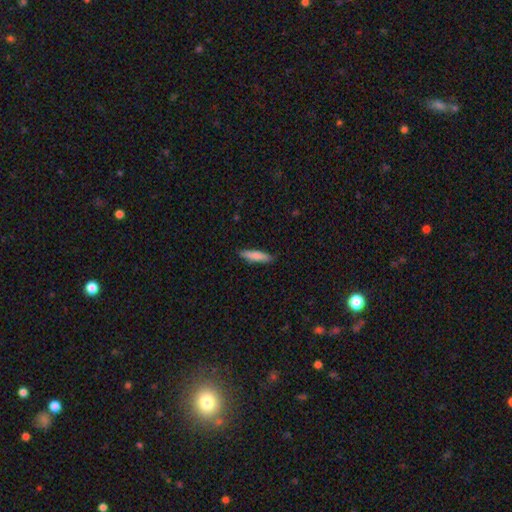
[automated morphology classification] Smooth or featured?
  - smooth: 83% *
  - featured or disk: 11%
  - star or artifact: 6%
How rounded?
  - cigar-shaped: 80% *
  - in between: 19%
  - round: 1%
Merging?
  - none: 87% *
  - minor disturbance: 10%
  - major disturbance: 2%
  - merger: 1%